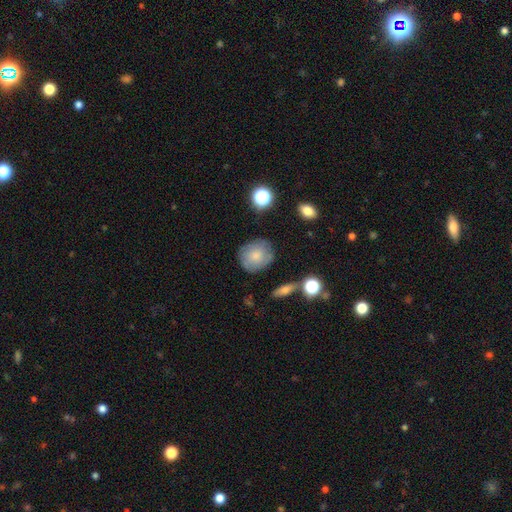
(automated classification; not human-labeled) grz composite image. It shows a smooth galaxy with no disk features (67%) that is round (76%). Merging: none (74%).